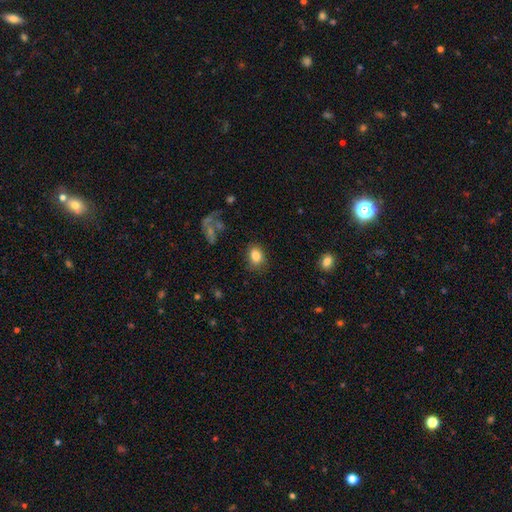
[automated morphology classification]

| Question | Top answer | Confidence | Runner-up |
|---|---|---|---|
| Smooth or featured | smooth | 83% | star or artifact (10%) |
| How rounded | in between | 58% | round (41%) |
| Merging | none | 81% | minor disturbance (14%) |